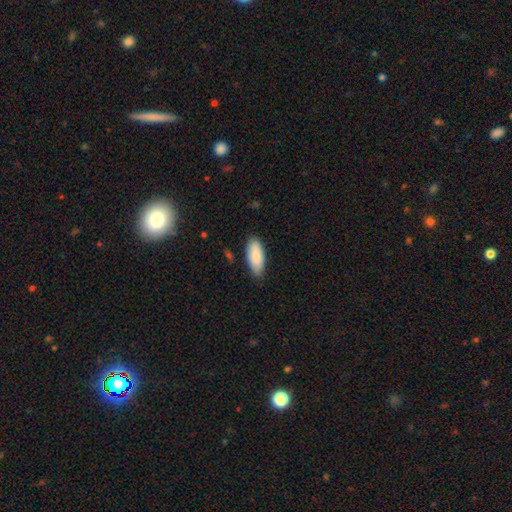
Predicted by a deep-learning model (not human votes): Overall: smooth (89%). How rounded: in between (82%). Merging: none (83%).